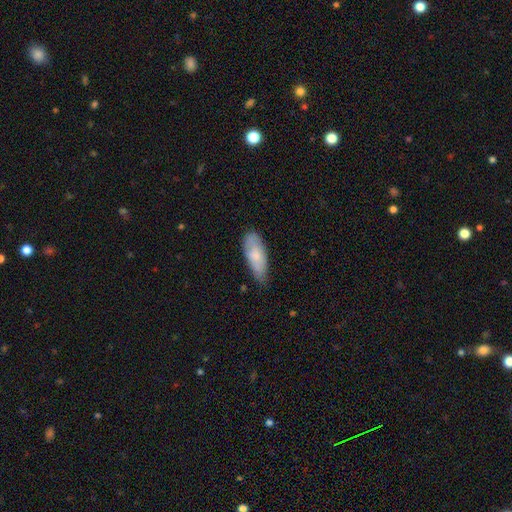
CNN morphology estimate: This is likely a smooth galaxy (72%). How rounded: likely in between (74%). Merging: likely none (62%).